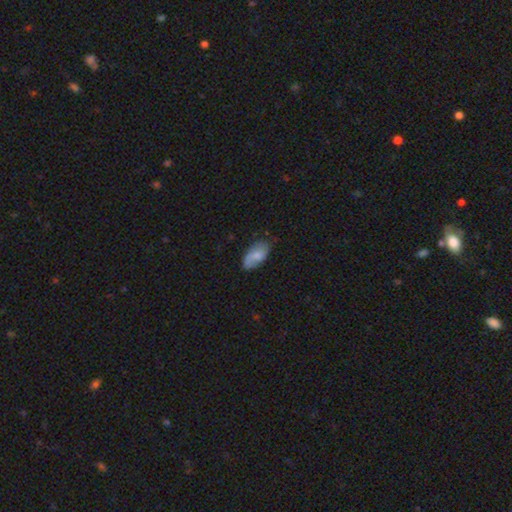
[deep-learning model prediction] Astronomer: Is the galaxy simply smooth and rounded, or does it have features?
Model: smooth — 68%.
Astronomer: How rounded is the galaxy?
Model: in between — 93%.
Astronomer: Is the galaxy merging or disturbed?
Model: none — 66%.